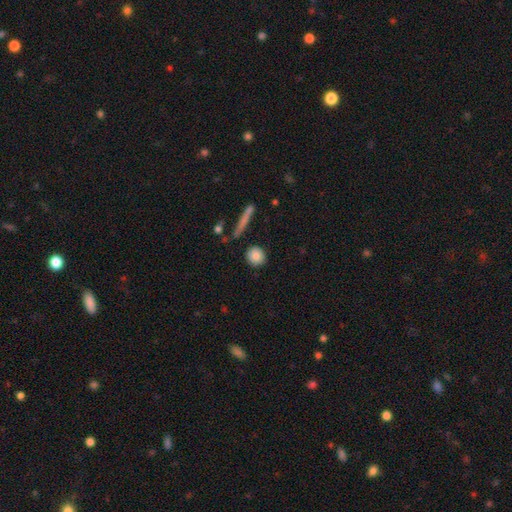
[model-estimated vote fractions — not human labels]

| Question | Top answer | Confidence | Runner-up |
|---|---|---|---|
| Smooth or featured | smooth | 81% | featured or disk (11%) |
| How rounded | round | 86% | in between (12%) |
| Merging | none | 86% | minor disturbance (8%) |